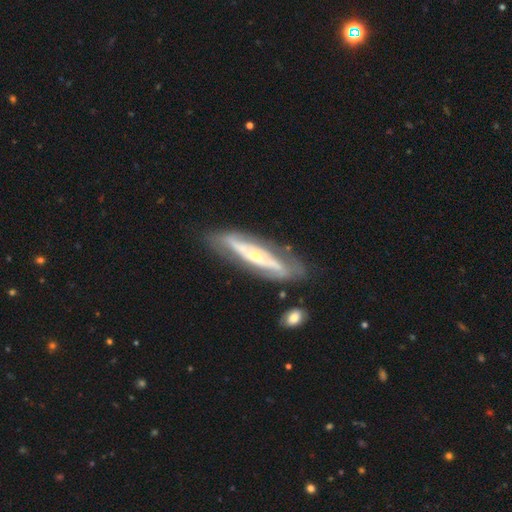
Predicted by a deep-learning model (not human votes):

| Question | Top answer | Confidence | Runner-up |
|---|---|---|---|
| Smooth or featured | featured or disk | 77% | smooth (18%) |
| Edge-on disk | no | 69% | yes (31%) |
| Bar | no | 63% | weak (19%) |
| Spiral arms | yes | 64% | no (36%) |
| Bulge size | small | 59% | moderate (36%) |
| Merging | none | 72% | minor disturbance (17%) |